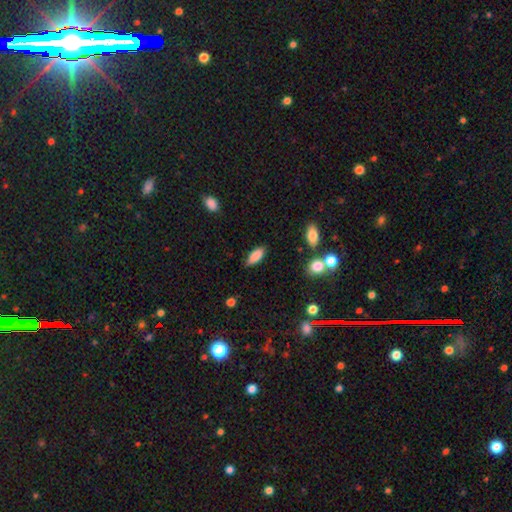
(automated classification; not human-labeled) smooth_or_featured: smooth (p=0.86) [alt: star or artifact p=0.07]
how_rounded: in between (p=0.78) [alt: cigar-shaped p=0.19]
merging: none (p=0.83) [alt: minor disturbance p=0.12]